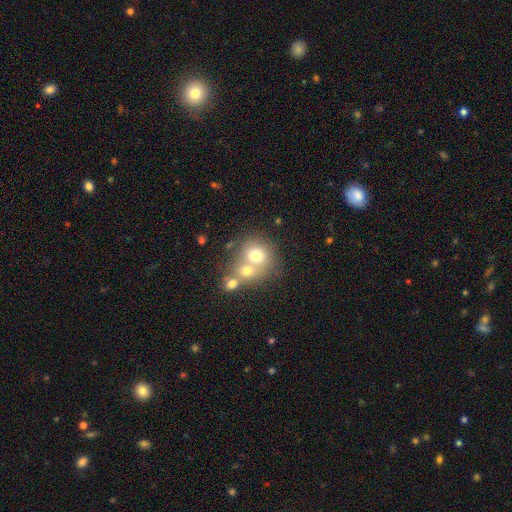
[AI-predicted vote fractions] A smooth galaxy with no disk features (67%) that is round (74%).

Vote fractions:
- Smooth or featured? smooth: 67% / featured or disk: 21% / star or artifact: 12%
- How rounded? round: 74% / in between: 26% / cigar-shaped: 1%
- Merging? merger: 57% / none: 32% / minor disturbance: 7% / major disturbance: 4%